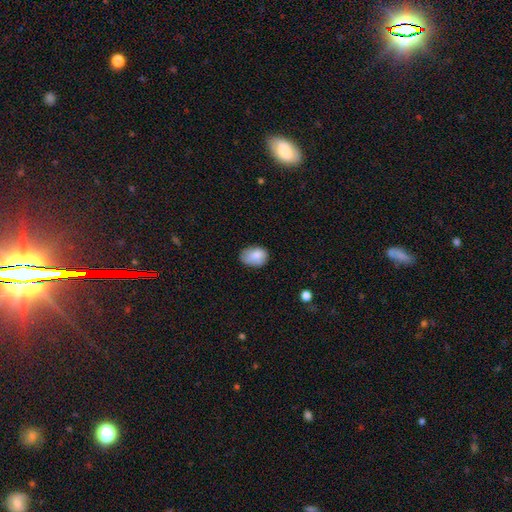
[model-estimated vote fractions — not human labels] smooth_or_featured: smooth (p=0.83) [alt: featured or disk p=0.09]
how_rounded: in between (p=0.75) [alt: round p=0.24]
merging: none (p=0.63) [alt: minor disturbance p=0.29]